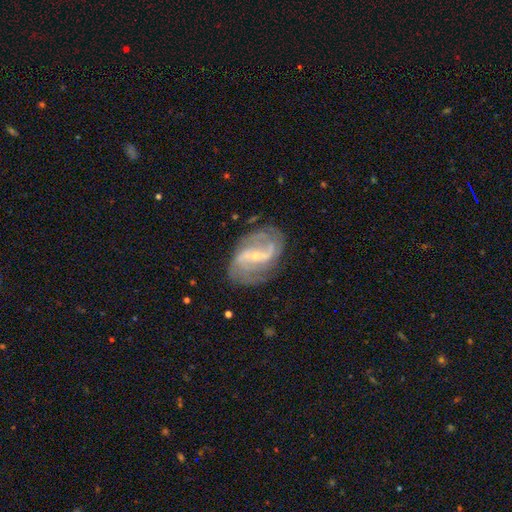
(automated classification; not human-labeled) Smooth or featured: featured or disk — 89% (star or artifact — 6%)
Edge-on disk: no — 97% (yes — 3%)
Bar: strong — 43% (weak — 39%)
Spiral arms: yes — 95% (no — 5%)
Spiral winding: medium — 43% (loose — 38%)
Spiral arm count: 2 — 72% (can't tell — 11%)
Bulge size: small — 76% (moderate — 21%)
Merging: none — 72% (minor disturbance — 17%)